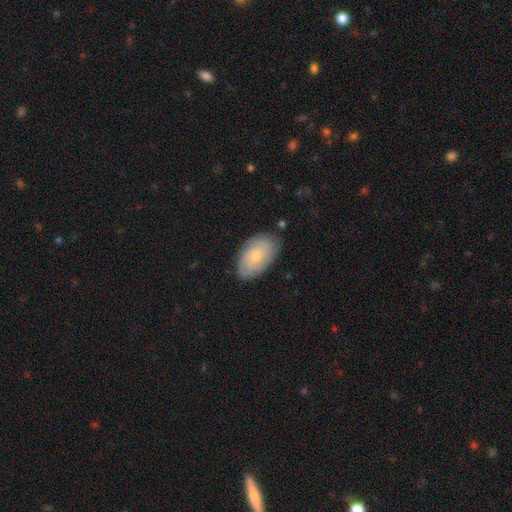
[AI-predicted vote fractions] Morphology: type=smooth (55%); roundness=in between (94%); merging=none (80%).